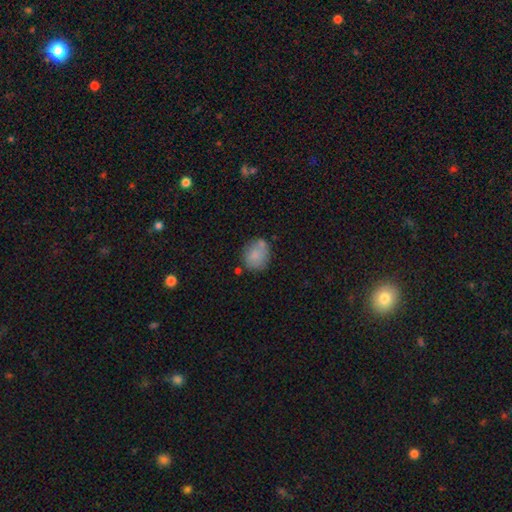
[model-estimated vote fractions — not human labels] A smooth galaxy with no disk features (78%) that is round (66%).

Vote fractions:
- Smooth or featured? smooth: 78% / featured or disk: 14% / star or artifact: 8%
- How rounded? round: 66% / in between: 33% / cigar-shaped: 1%
- Merging? none: 60% / minor disturbance: 21% / merger: 13% / major disturbance: 6%